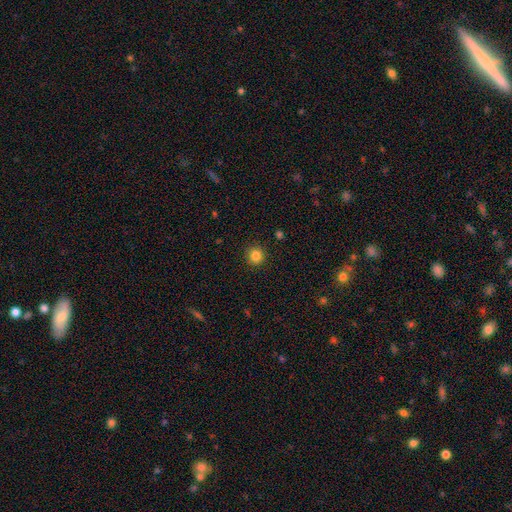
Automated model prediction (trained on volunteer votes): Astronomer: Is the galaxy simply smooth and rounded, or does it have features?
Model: smooth — 85%.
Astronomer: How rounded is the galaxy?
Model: round — 93%.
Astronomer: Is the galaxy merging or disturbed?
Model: none — 91%.